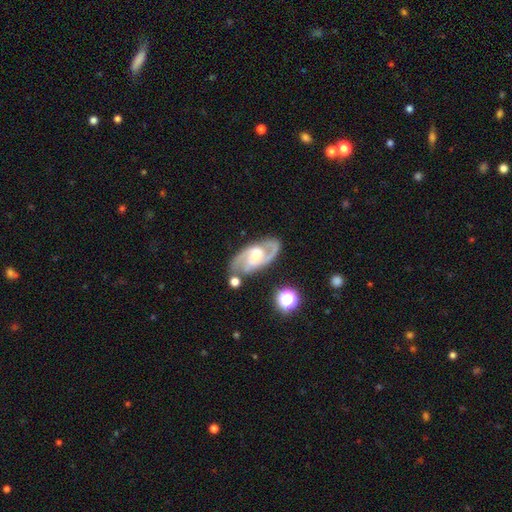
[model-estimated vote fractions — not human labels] This is clearly a featured or disk galaxy (87%). It is clearly not viewed edge-on (95%). Bar: marginally no (42%). Spiral arm pattern: clearly yes (97%). Spiral arm count: clearly 2 (90%). Spiral winding: possibly medium (57%). Central bulge: possibly moderate (55%). Merging: likely none (78%).